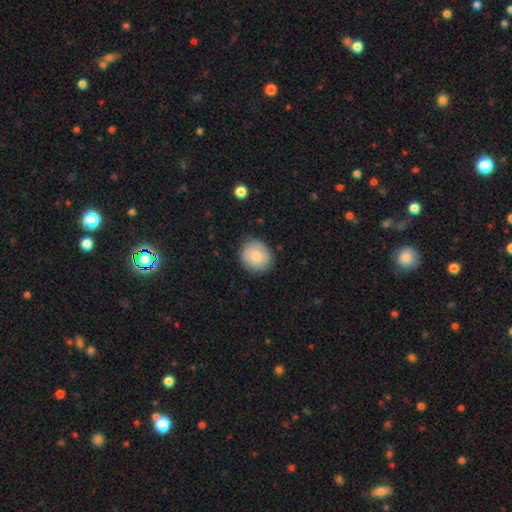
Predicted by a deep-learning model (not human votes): Q: Smooth or featured?
A: smooth (84%); runner-up: featured or disk (9%)
Q: How rounded?
A: round (78%); runner-up: in between (21%)
Q: Merging?
A: none (84%); runner-up: minor disturbance (12%)